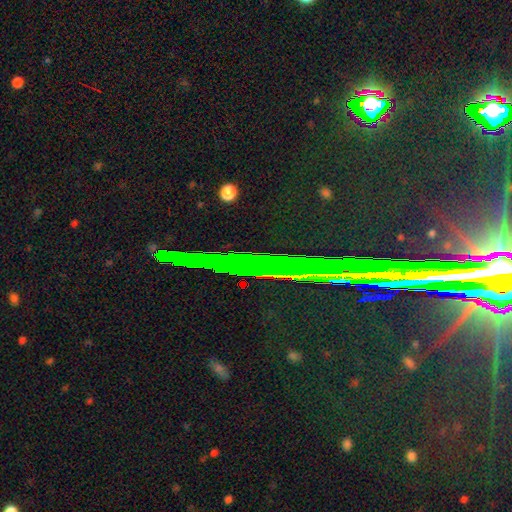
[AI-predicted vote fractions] This is likely a star or artifact rather than a galaxy (73%).